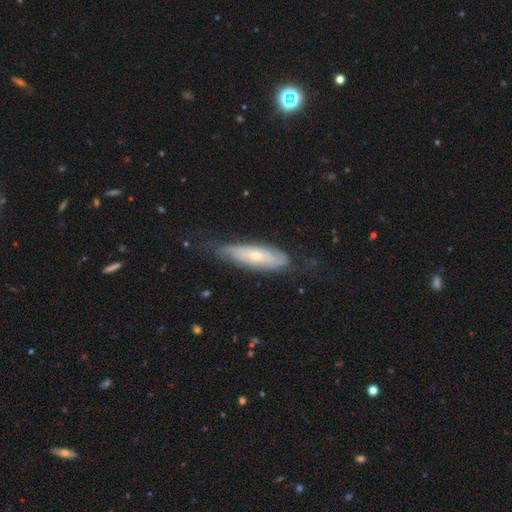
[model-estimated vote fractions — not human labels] featured or disk 56%, smooth 37%, star or artifact 6%. Down the decision tree: edge-on disk — no (66%); merging — none (64%).